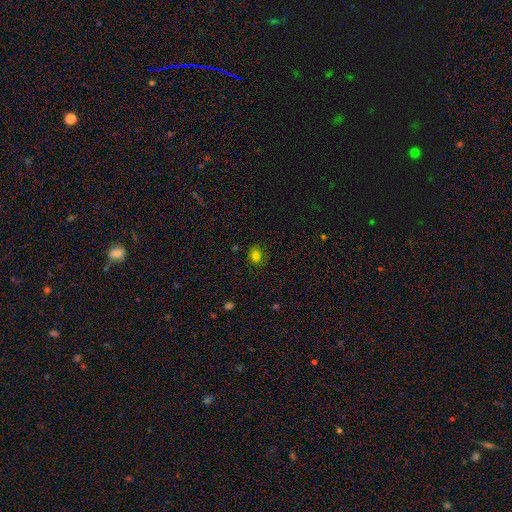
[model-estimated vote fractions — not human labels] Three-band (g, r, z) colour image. It shows a smooth galaxy with no disk features (77%) that is in between round and cigar-shaped (50%). Merging: none (80%).